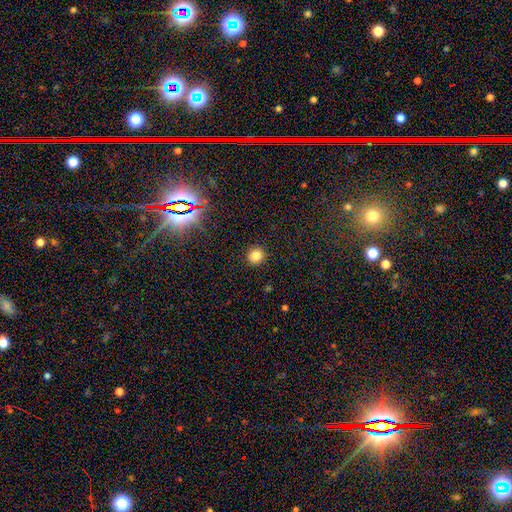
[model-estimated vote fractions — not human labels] A smooth galaxy with no disk features (81%) that is round (89%).

Vote fractions:
- Smooth or featured? smooth: 81% / star or artifact: 15% / featured or disk: 5%
- How rounded? round: 89% / in between: 10% / cigar-shaped: 1%
- Merging? none: 91% / minor disturbance: 6% / major disturbance: 2% / merger: 1%